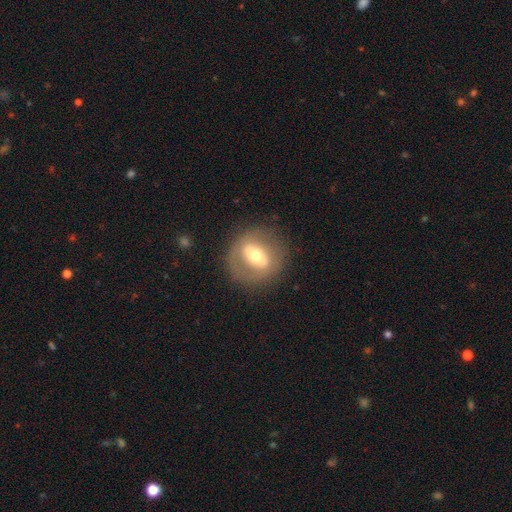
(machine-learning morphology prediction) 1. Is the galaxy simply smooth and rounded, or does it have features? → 55% featured or disk, 37% smooth, 7% star or artifact.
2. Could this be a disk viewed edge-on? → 86% no, 14% yes.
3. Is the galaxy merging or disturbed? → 79% none, 12% minor disturbance, 8% major disturbance, 1% merger.